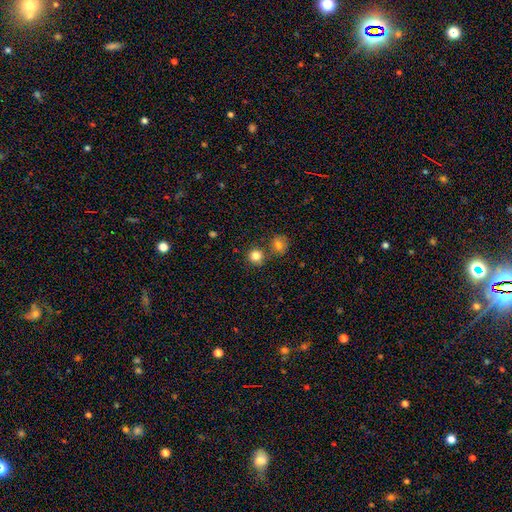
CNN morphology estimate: smooth 83%, star or artifact 11%, featured or disk 6%. Down the decision tree: how rounded — round (91%); merging — none (73%).